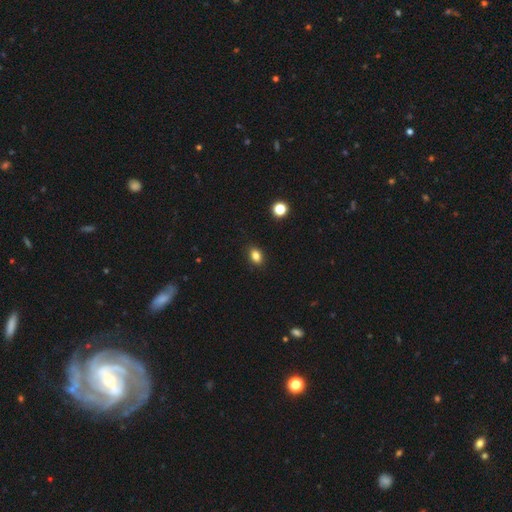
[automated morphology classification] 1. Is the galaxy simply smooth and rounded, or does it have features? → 83% smooth, 11% star or artifact, 6% featured or disk.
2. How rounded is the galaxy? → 76% in between, 22% round, 2% cigar-shaped.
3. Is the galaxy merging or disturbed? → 88% none, 8% minor disturbance, 2% major disturbance, 1% merger.